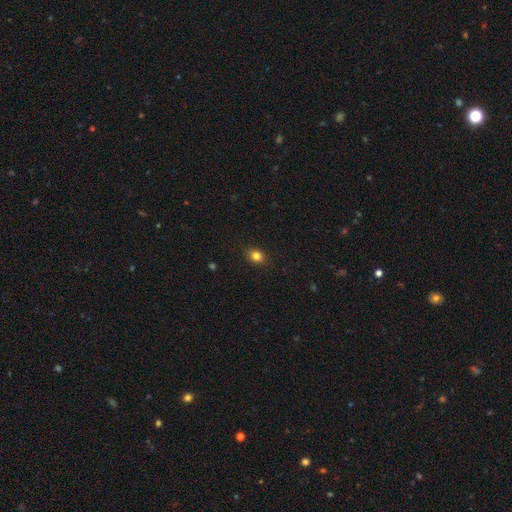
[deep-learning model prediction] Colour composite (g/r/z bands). It shows a smooth galaxy with no disk features (83%) that is round (61%). Merging: none (90%).